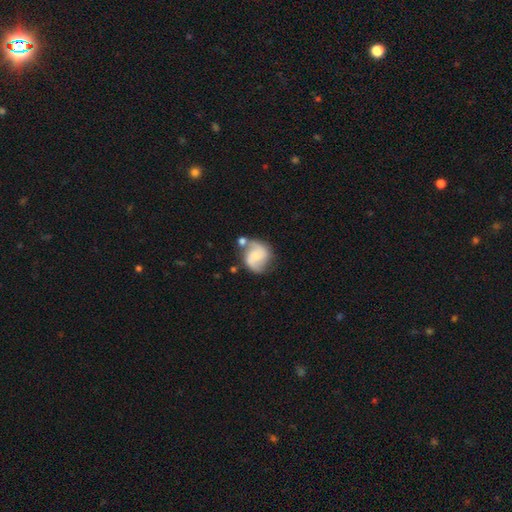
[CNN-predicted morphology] Smooth or featured? featured or disk (69%)
Edge-on disk? no (98%)
Bar? no (52%)
Spiral arms? yes (93%)
Spiral winding? medium (48%)
Spiral arm count? 2 (87%)
Bulge size? small (42%)
Merging? none (54%)